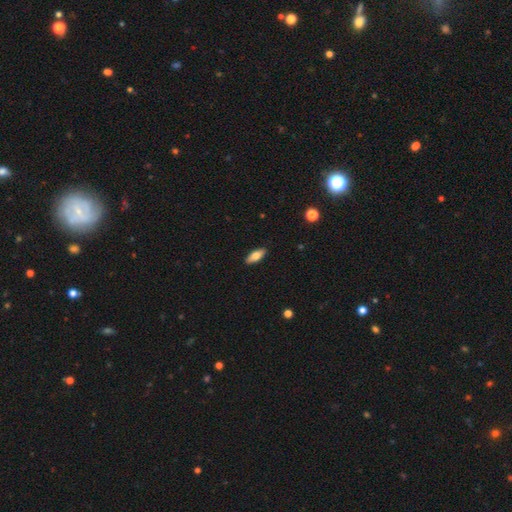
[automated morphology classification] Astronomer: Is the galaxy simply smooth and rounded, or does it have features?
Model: smooth — 71%.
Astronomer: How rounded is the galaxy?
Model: in between — 74%.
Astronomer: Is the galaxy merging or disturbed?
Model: none — 90%.